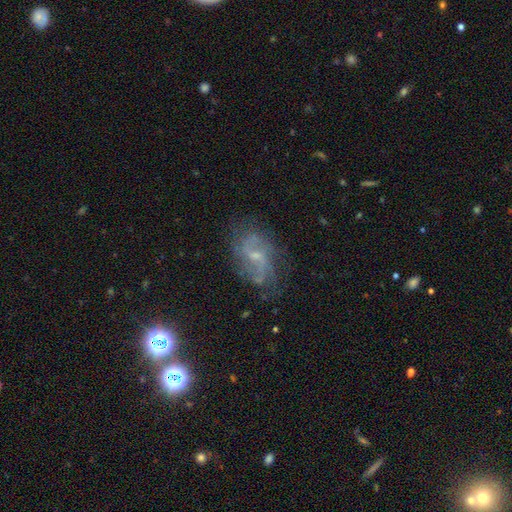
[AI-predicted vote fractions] Smooth or featured: featured or disk — 76% (star or artifact — 12%)
Edge-on disk: no — 96% (yes — 4%)
Bar: weak — 48% (no — 42%)
Spiral arms: yes — 91% (no — 9%)
Spiral winding: loose — 43% (medium — 40%)
Spiral arm count: 2 — 58% (can't tell — 21%)
Bulge size: small — 65% (moderate — 24%)
Merging: none — 70% (minor disturbance — 18%)